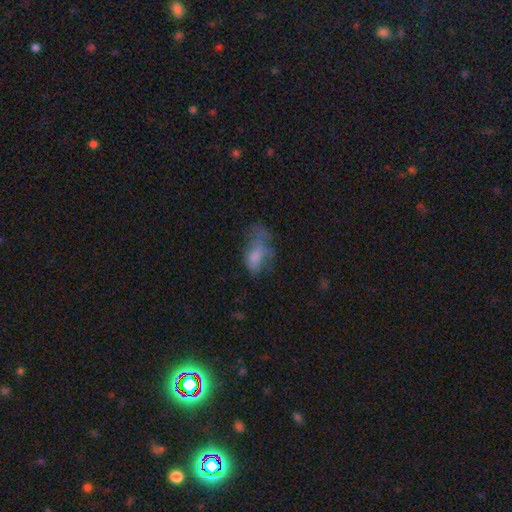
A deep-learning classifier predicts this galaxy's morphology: smooth-or-featured: smooth: 56% | featured or disk: 30% | star or artifact: 14%
  how-rounded: in between: 87% | cigar-shaped: 7% | round: 7%
  merging: major disturbance: 39% | none: 31% | minor disturbance: 26% | merger: 4%